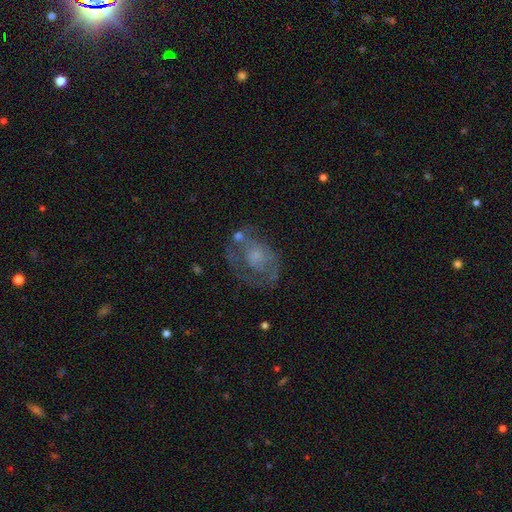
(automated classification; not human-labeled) Smooth or featured? Predicted: featured or disk (p=0.61). Edge-on disk? Predicted: no (p=0.97). Bar? Predicted: no (p=0.82). Spiral arms? Predicted: yes (p=0.51). Bulge size? Predicted: small (p=0.32). Merging? Predicted: none (p=0.49).